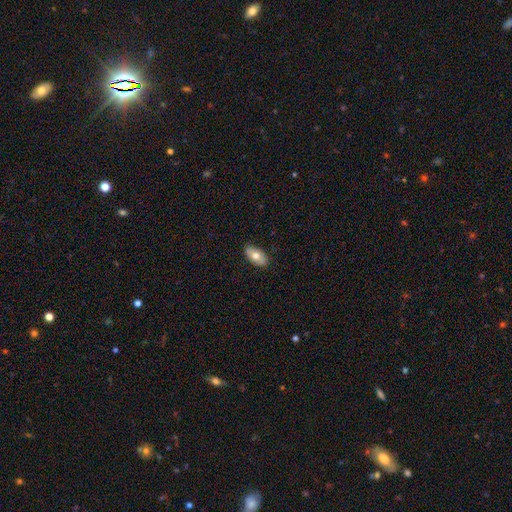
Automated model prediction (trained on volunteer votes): Smooth or featured? smooth (70%)
How rounded? in between (93%)
Merging? none (87%)